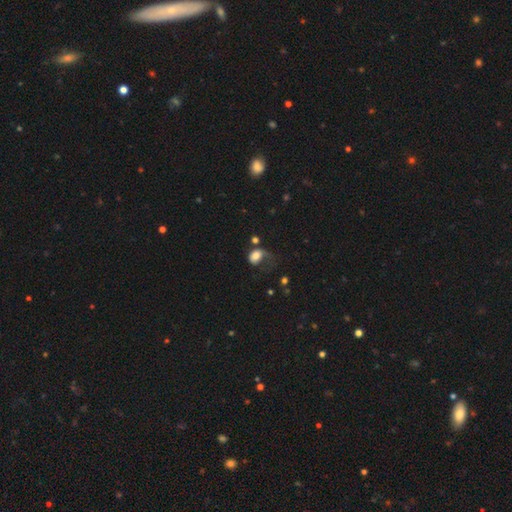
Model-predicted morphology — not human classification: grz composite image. It shows a smooth galaxy with no disk features (69%) that is in between round and cigar-shaped (66%). Merging: major disturbance (51%).